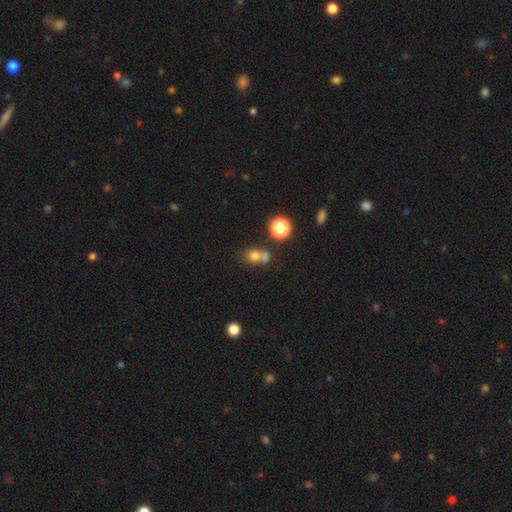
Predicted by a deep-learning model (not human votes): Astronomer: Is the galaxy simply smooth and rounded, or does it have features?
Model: smooth — 71%.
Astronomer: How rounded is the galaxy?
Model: round — 69%.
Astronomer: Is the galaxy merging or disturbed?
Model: merger — 47% (runner-up: none, 40%).